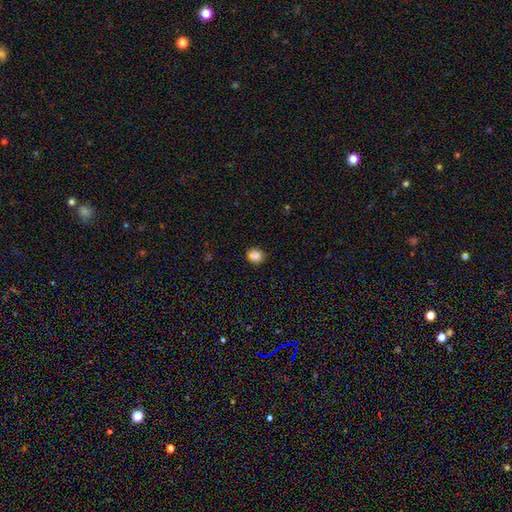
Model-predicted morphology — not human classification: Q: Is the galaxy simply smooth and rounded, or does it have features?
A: smooth — 79%.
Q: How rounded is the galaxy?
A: round — 79%.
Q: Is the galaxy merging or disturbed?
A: none — 76%.